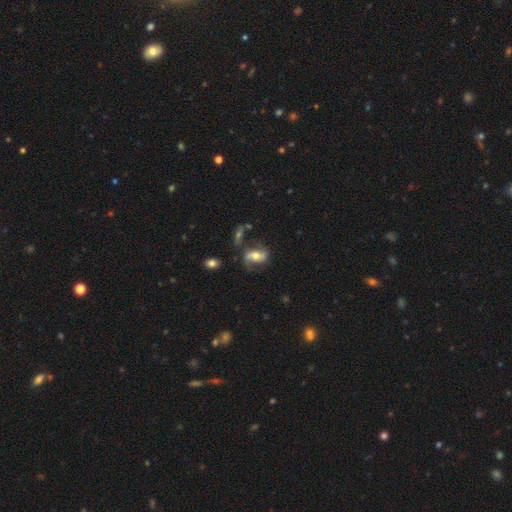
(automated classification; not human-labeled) This appears to be a featured or disk galaxy (66%) with no bar (45%), 2 (83%) loose (57%) spiral arms (84%) and a moderate central bulge (67%). Merging: none (55%).